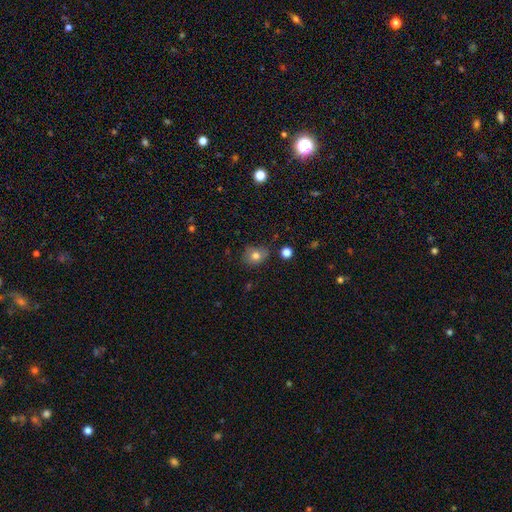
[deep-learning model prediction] A smooth galaxy with no disk features (77%) that is round (53%). Merging: none (68%).